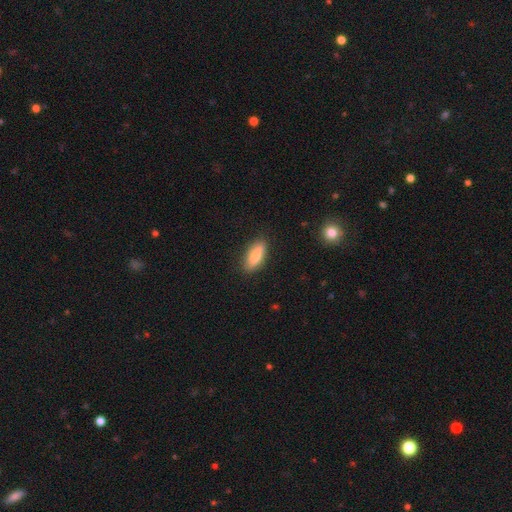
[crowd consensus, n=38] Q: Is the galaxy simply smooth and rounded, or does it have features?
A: smooth — 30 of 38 (79%).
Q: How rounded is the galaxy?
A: in between — 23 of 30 (77%).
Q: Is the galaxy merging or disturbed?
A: none — 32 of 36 (89%).